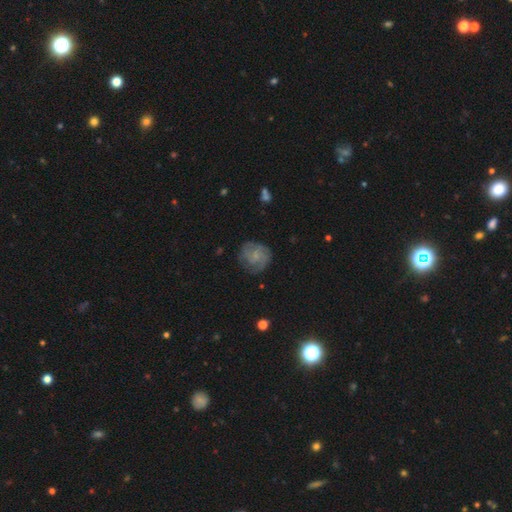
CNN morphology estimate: smooth_or_featured: featured or disk (p=0.59) [alt: smooth p=0.33]
disk_edge_on: no (p=0.98) [alt: yes p=0.02]
bar: no (p=0.70) [alt: weak p=0.26]
has_spiral_arms: yes (p=0.87) [alt: no p=0.13]
spiral_winding: tight (p=0.45) [alt: medium p=0.40]
spiral_arm_count: can't tell (p=0.32) [alt: 3 p=0.27]
bulge_size: small (p=0.60) [alt: none p=0.24]
merging: none (p=0.72) [alt: minor disturbance p=0.18]